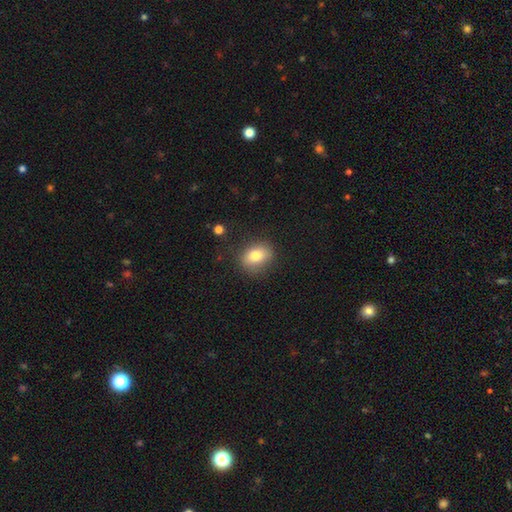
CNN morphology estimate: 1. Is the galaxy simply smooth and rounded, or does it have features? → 79% smooth, 11% featured or disk, 10% star or artifact.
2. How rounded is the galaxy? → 59% in between, 39% round, 1% cigar-shaped.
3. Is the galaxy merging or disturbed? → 80% none, 14% minor disturbance, 4% major disturbance, 2% merger.